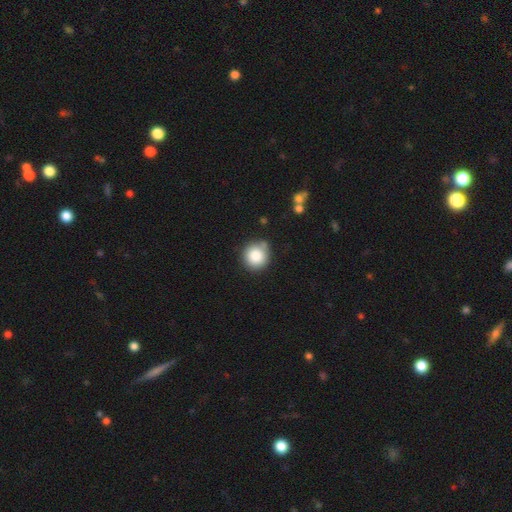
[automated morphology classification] type=smooth (85%); roundness=round (92%); merging=none (74%).